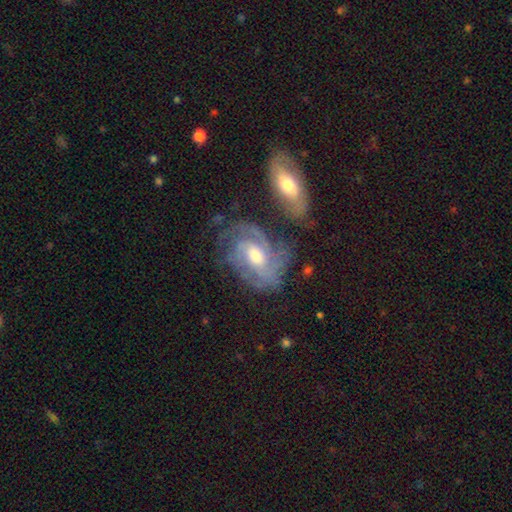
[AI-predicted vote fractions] Smooth or featured?
  - featured or disk: 87% *
  - smooth: 8%
  - star or artifact: 6%
Edge-on disk?
  - no: 97% *
  - yes: 3%
Bar?
  - no: 47% *
  - weak: 41%
  - strong: 12%
Spiral arms?
  - yes: 96% *
  - no: 4%
Spiral winding?
  - tight: 56% *
  - medium: 37%
  - loose: 7%
Spiral arm count?
  - 3: 32% *
  - 2: 30%
  - can't tell: 21%
  - 4: 8%
  - 1: 5%
  - more than 4: 5%
Bulge size?
  - moderate: 71% *
  - small: 14%
  - large: 13%
  - none: 2%
  - dominant: 1%
Merging?
  - none: 62% *
  - minor disturbance: 19%
  - major disturbance: 10%
  - merger: 9%